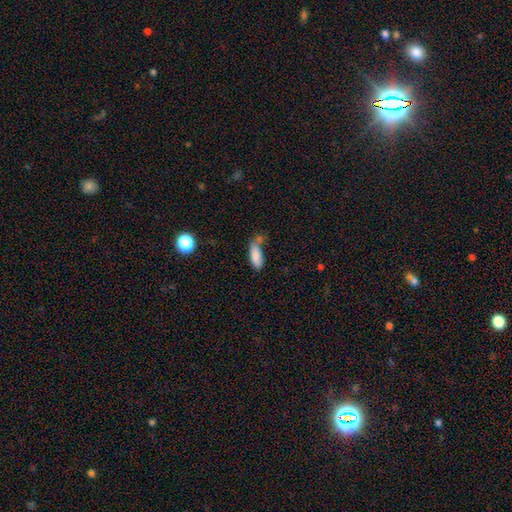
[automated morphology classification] smooth-or-featured: smooth: 82% | featured or disk: 9% | star or artifact: 9%
  how-rounded: in between: 72% | cigar-shaped: 26% | round: 3%
  merging: none: 40% | merger: 25% | minor disturbance: 25% | major disturbance: 10%